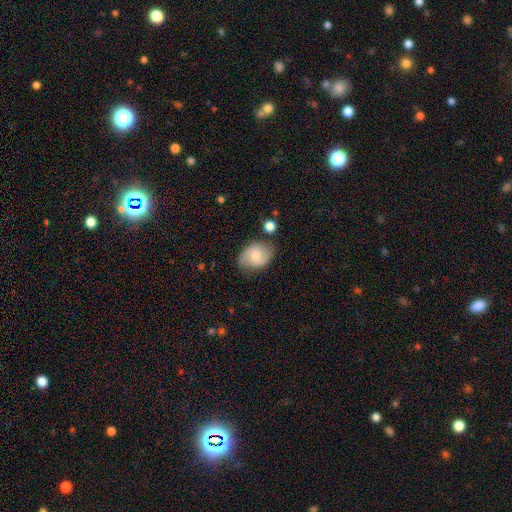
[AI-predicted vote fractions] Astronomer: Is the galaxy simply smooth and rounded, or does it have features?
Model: smooth — 50% (runner-up: featured or disk, 42%).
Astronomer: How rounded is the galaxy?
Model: in between — 65%.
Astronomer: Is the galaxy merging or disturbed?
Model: none — 70%.